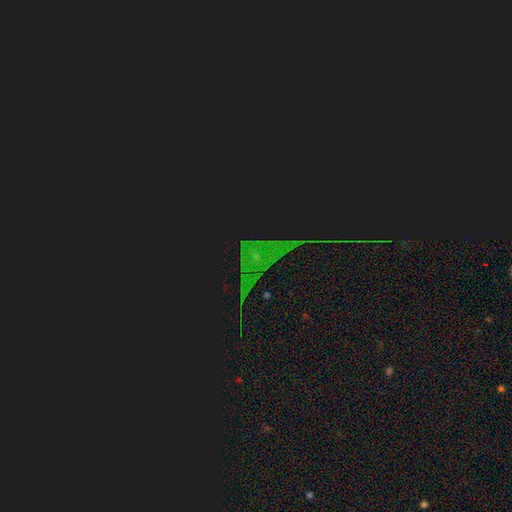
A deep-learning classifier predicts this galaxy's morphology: A star or artifact, not a galaxy (81%).